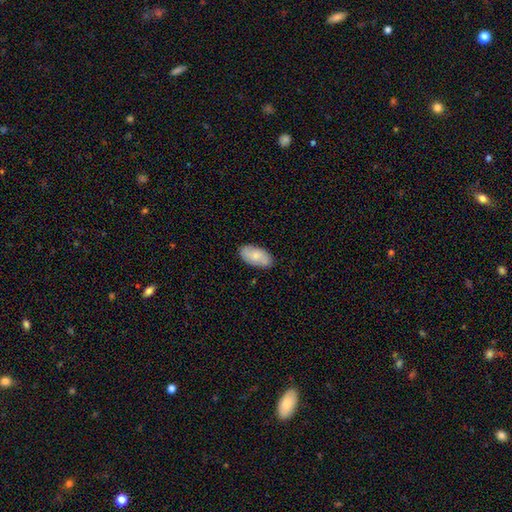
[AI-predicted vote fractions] smooth 74%, featured or disk 20%, star or artifact 6%. Down the decision tree: how rounded — in between (94%); merging — none (84%).